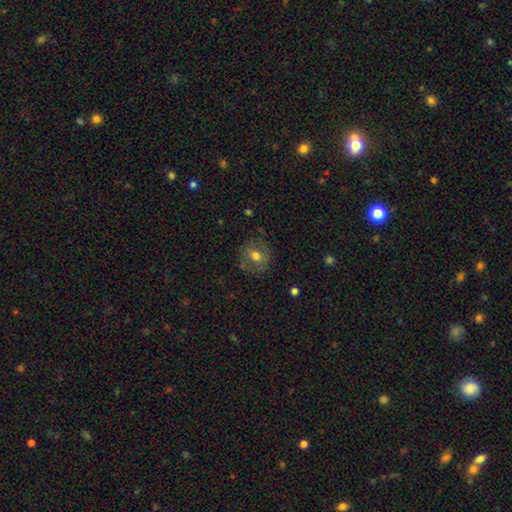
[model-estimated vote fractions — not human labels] smooth 64%, featured or disk 25%, star or artifact 11%. Down the decision tree: how rounded — round (82%); merging — none (82%).